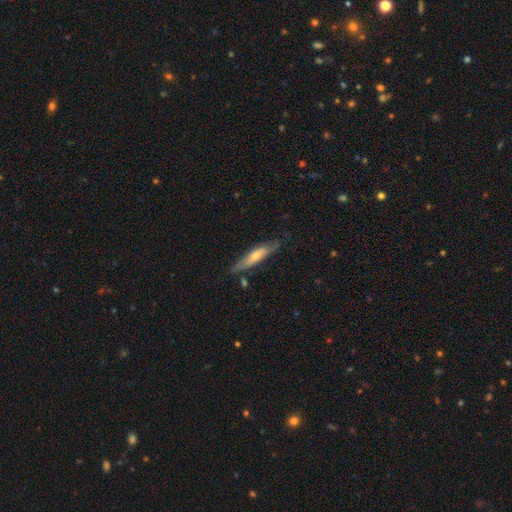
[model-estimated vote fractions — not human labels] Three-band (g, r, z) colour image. It shows a featured or disk galaxy (53%) viewed edge-on (78%). Merging: none (75%).